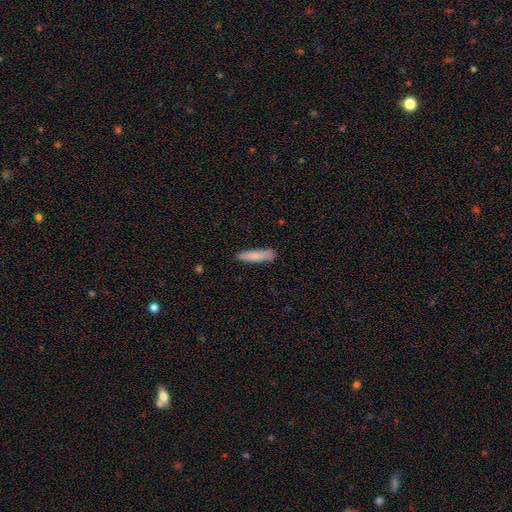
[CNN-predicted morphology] smooth 83%, featured or disk 11%, star or artifact 6%. Down the decision tree: how rounded — cigar-shaped (85%); merging — none (83%).